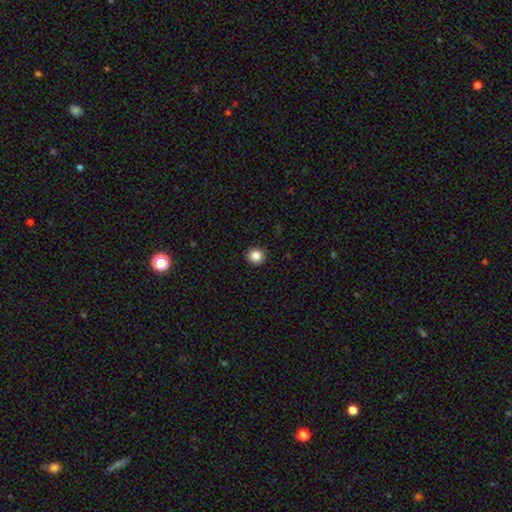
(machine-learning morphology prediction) This is clearly a smooth galaxy (86%). How rounded: clearly round (93%). Merging: clearly none (92%).